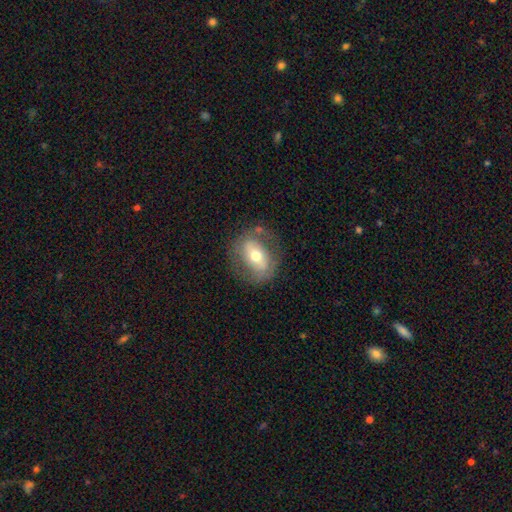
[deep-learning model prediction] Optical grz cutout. It shows a smooth galaxy with no disk features (47%). Merging: none (70%).